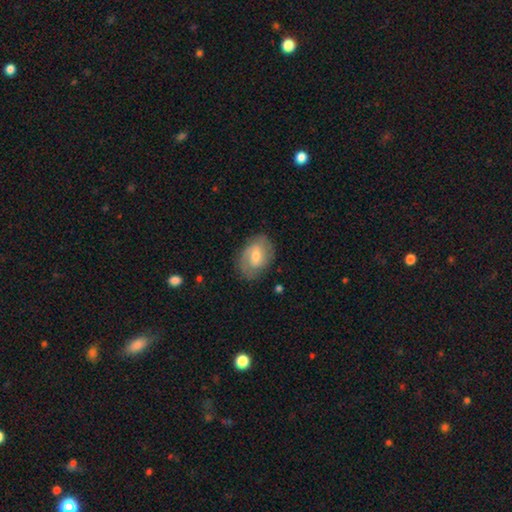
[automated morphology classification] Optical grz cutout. It shows a featured or disk galaxy (52%). Merging: none (76%).